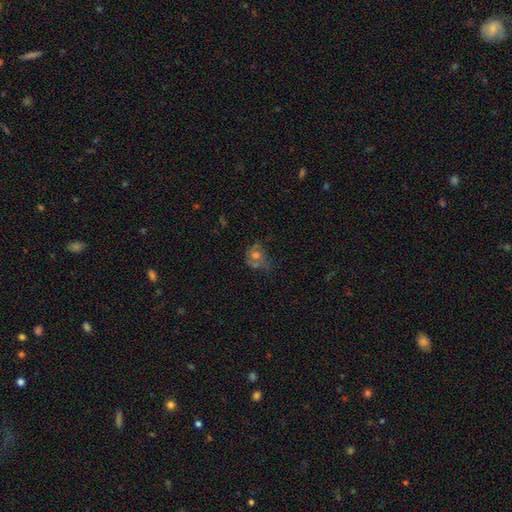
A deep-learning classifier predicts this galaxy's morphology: smooth_or_featured: featured or disk (p=0.42) [alt: smooth p=0.34]
merging: none (p=0.46) [alt: major disturbance p=0.24]